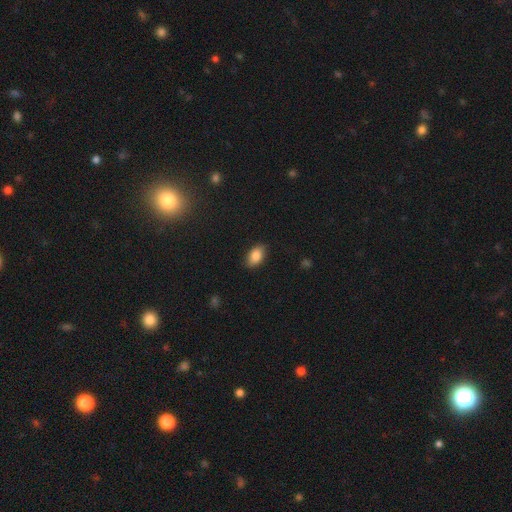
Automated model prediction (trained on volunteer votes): Smooth or featured: smooth — 85% (star or artifact — 8%)
How rounded: in between — 91% (round — 7%)
Merging: none — 84% (minor disturbance — 12%)